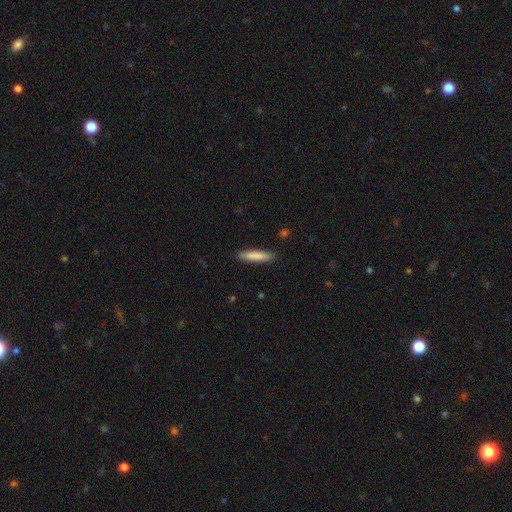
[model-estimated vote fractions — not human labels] This is clearly a smooth galaxy (83%). How rounded: clearly cigar-shaped (88%). Merging: clearly none (91%).